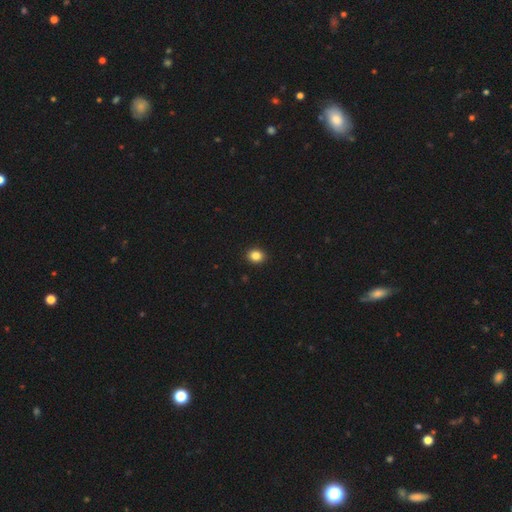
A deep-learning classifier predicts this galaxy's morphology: Q: Smooth or featured?
A: smooth (85%); runner-up: star or artifact (10%)
Q: How rounded?
A: round (66%); runner-up: in between (33%)
Q: Merging?
A: none (92%); runner-up: minor disturbance (5%)